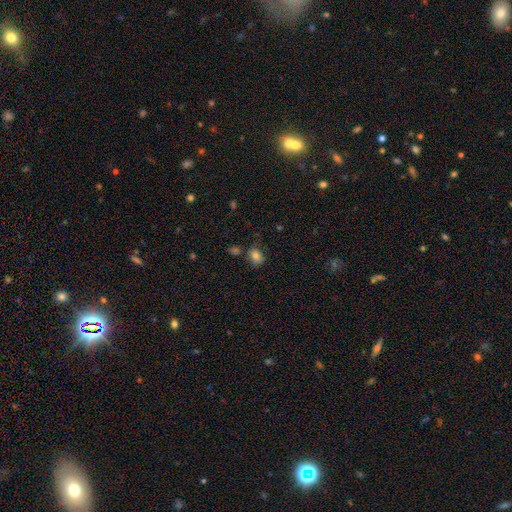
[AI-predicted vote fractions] smooth_or_featured: smooth (p=0.80) [alt: star or artifact p=0.12]
how_rounded: in between (p=0.63) [alt: round p=0.36]
merging: none (p=0.74) [alt: minor disturbance p=0.15]